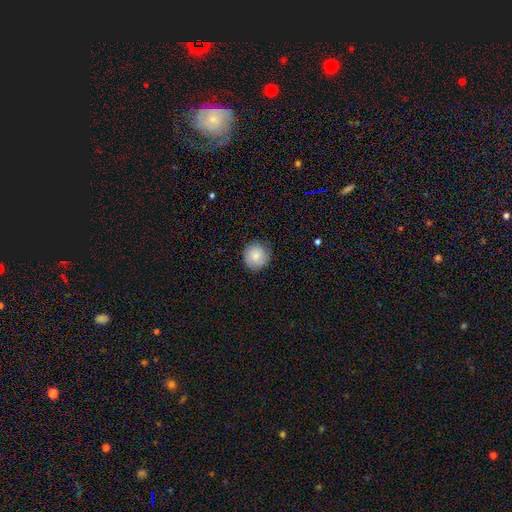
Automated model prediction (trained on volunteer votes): The model was most divided on "smooth or featured": smooth: 82%, featured or disk: 10%, star or artifact: 8%. More confident: how rounded — round (93%); merging — none (85%).